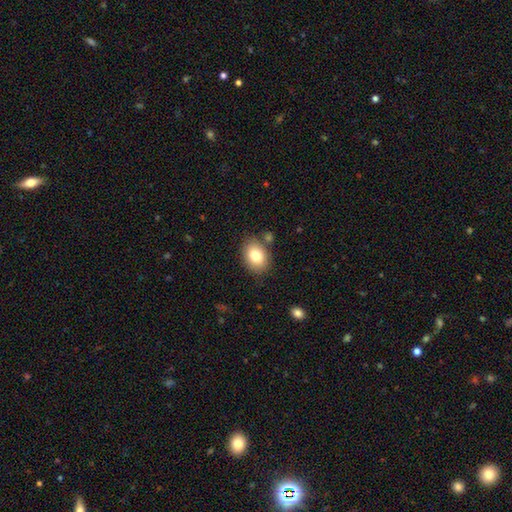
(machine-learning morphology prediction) The model was most divided on "how rounded": in between: 69%, round: 30%, cigar-shaped: 1%. More confident: smooth or featured — smooth (80%); merging — none (80%).